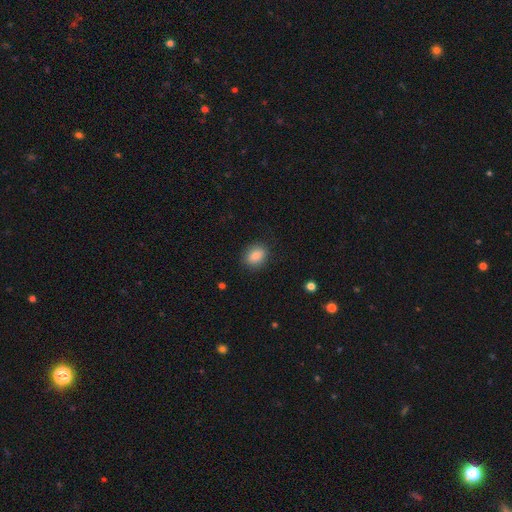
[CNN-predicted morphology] smooth-or-featured: smooth: 88% | star or artifact: 8% | featured or disk: 4%
  how-rounded: in between: 62% | round: 37% | cigar-shaped: 1%
  merging: none: 85% | minor disturbance: 11% | major disturbance: 3% | merger: 1%